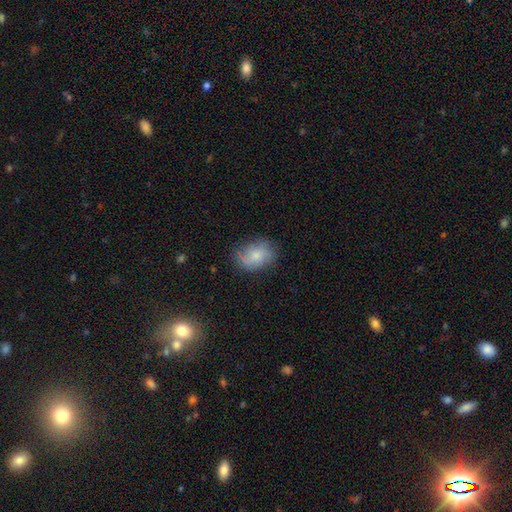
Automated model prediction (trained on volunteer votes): Smooth or featured: smooth — 65% (featured or disk — 26%)
How rounded: in between — 72% (round — 27%)
Merging: none — 69% (minor disturbance — 22%)